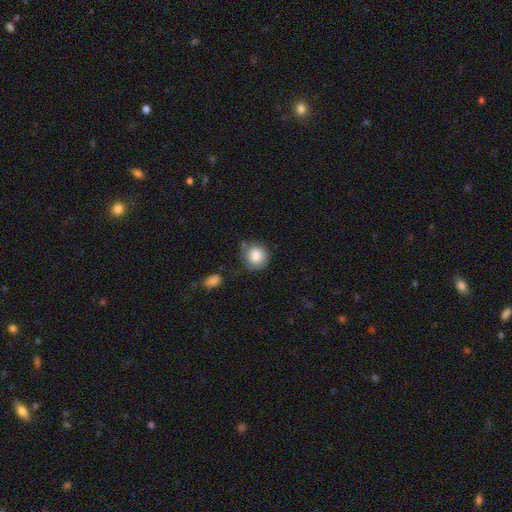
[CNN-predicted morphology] type=smooth (83%); roundness=round (78%); merging=none (61%).